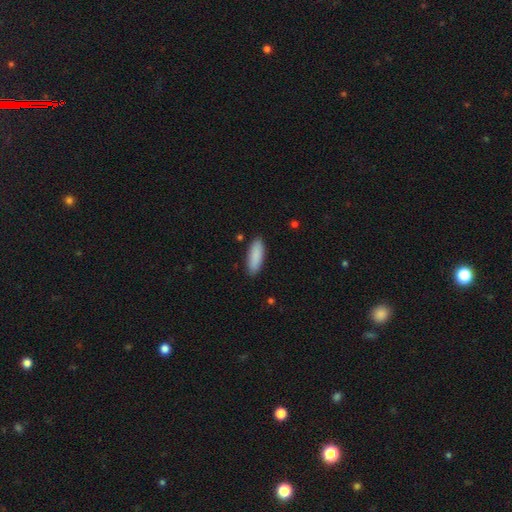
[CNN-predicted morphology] smooth 89%, featured or disk 6%, star or artifact 5%. Down the decision tree: how rounded — in between (64%); merging — none (88%).